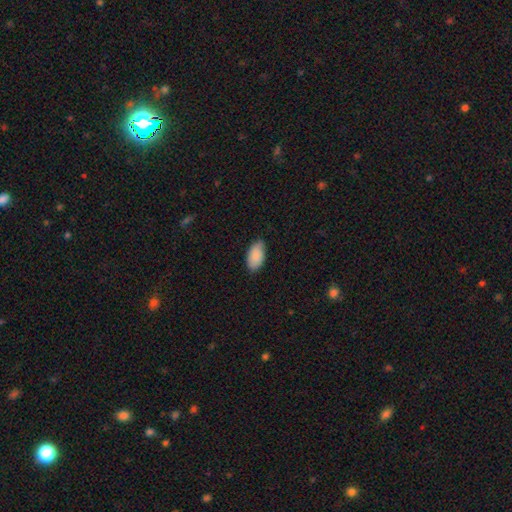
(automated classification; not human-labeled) Overall: smooth (88%). How rounded: in between (95%). Merging: none (79%).